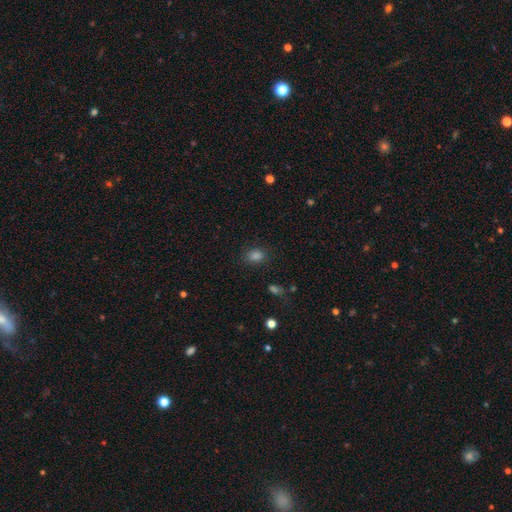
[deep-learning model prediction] This is likely a smooth galaxy (78%). How rounded: likely in between (62%). Merging: clearly none (84%).